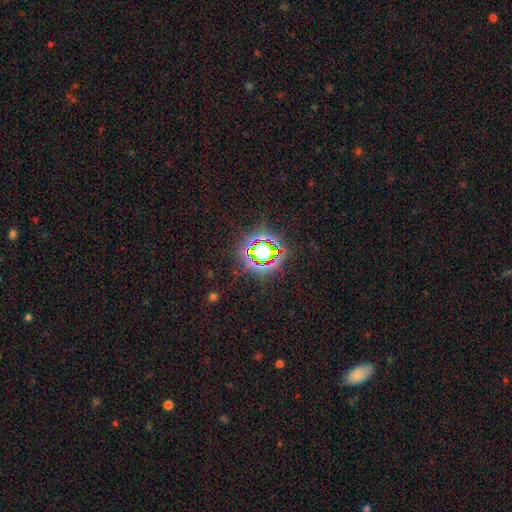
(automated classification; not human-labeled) Q: Smooth or featured?
A: star or artifact (78%); runner-up: smooth (14%)